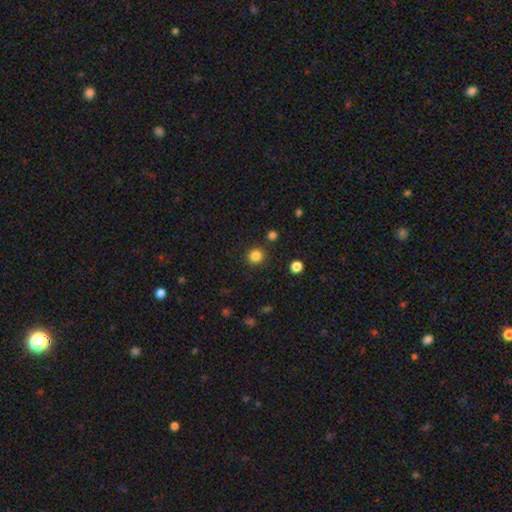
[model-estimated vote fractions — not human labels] Smooth or featured: smooth — 84% (star or artifact — 12%)
How rounded: round — 92% (in between — 7%)
Merging: none — 89% (minor disturbance — 6%)